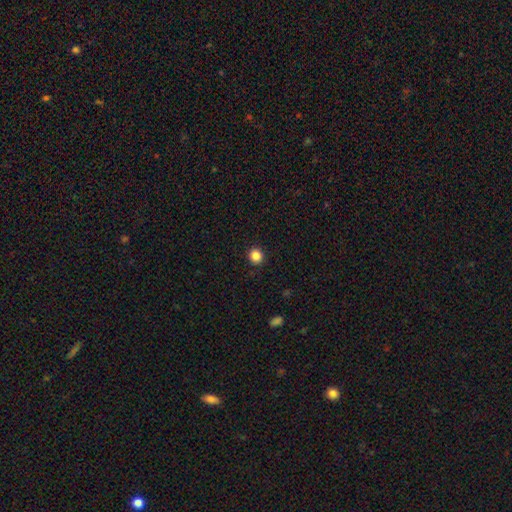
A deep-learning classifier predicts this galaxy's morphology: Smooth or featured: smooth — 86% (star or artifact — 11%)
How rounded: round — 92% (in between — 7%)
Merging: none — 92% (minor disturbance — 5%)